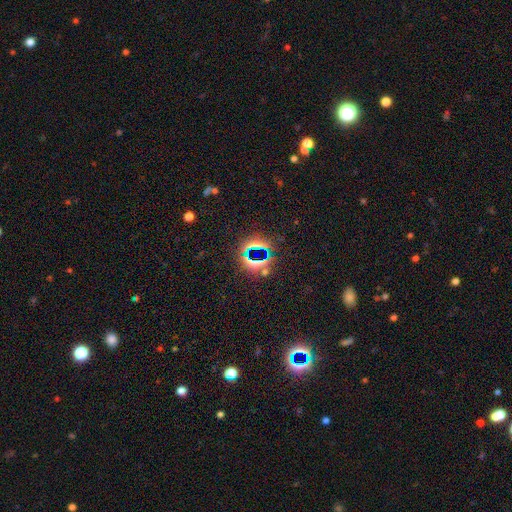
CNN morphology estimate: A star or artifact, not a galaxy (65%).

Vote fractions:
- Smooth or featured? star or artifact: 65% / smooth: 24% / featured or disk: 11%